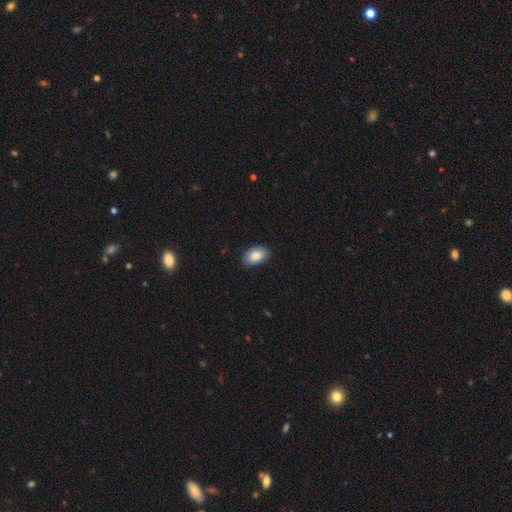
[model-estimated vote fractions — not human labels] smooth 85%, featured or disk 8%, star or artifact 7%. Down the decision tree: how rounded — in between (92%); merging — none (85%).